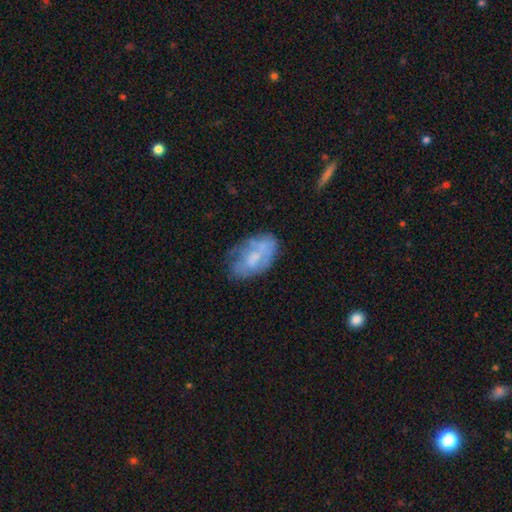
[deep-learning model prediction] This is possibly a featured or disk galaxy (49%). Merging: possibly none (53%).